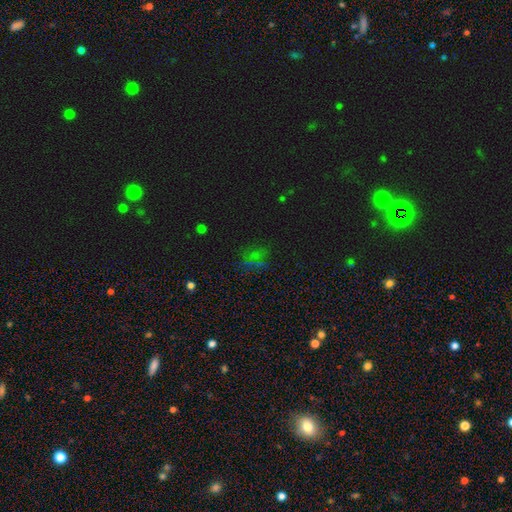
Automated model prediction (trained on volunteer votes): smooth_or_featured: star or artifact (p=0.48) [alt: smooth p=0.38]